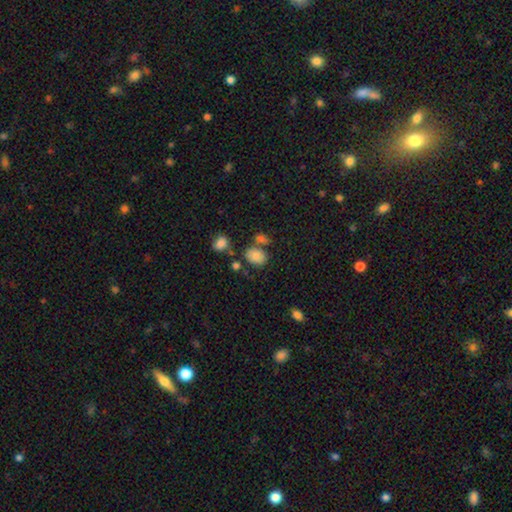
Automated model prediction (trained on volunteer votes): A smooth galaxy with no disk features (83%) that is in between round and cigar-shaped (74%).

Vote fractions:
- Smooth or featured? smooth: 83% / star or artifact: 10% / featured or disk: 7%
- How rounded? in between: 74% / round: 25% / cigar-shaped: 1%
- Merging? none: 58% / merger: 21% / minor disturbance: 15% / major disturbance: 6%